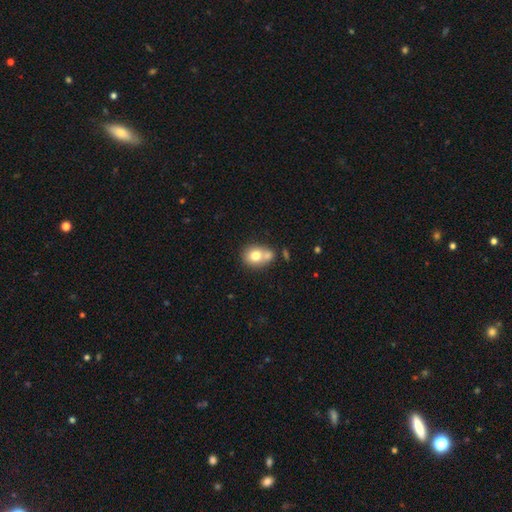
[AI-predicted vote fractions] Smooth or featured? Predicted: smooth (p=0.73). How rounded? Predicted: round (p=0.66). Merging? Predicted: merger (p=0.44).